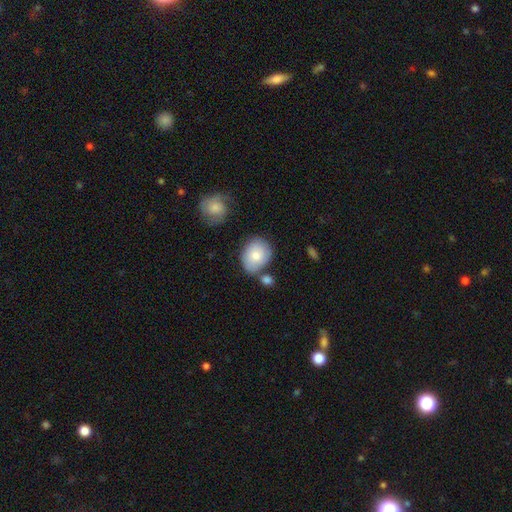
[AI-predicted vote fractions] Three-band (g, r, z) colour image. It shows a smooth galaxy with no disk features (76%) that is round (53%). Merging: none (62%).